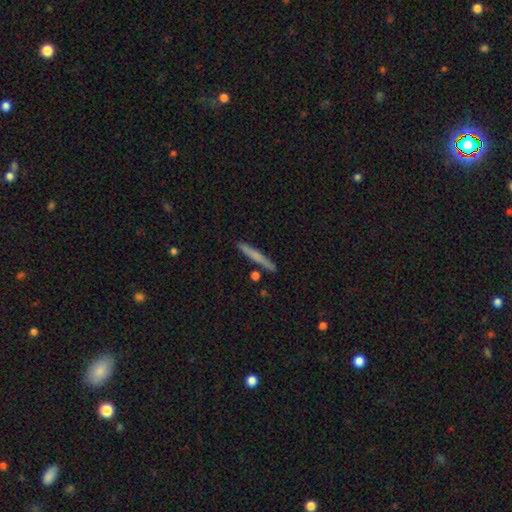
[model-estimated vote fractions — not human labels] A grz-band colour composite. It shows a smooth galaxy with no disk features (61%) that is cigar-shaped (95%). Merging: none (87%).